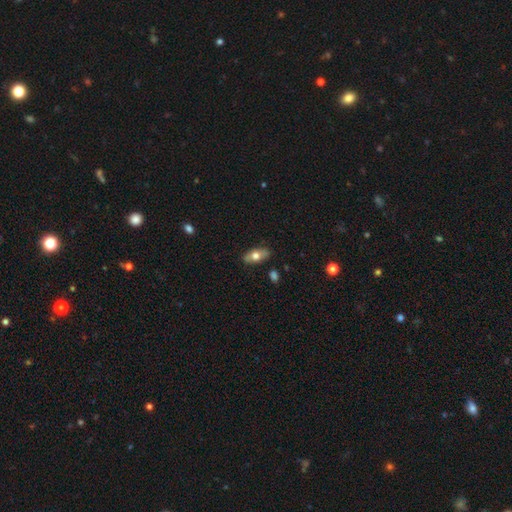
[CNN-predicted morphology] smooth 63%, featured or disk 31%, star or artifact 7%. Down the decision tree: how rounded — in between (84%); merging — none (83%).